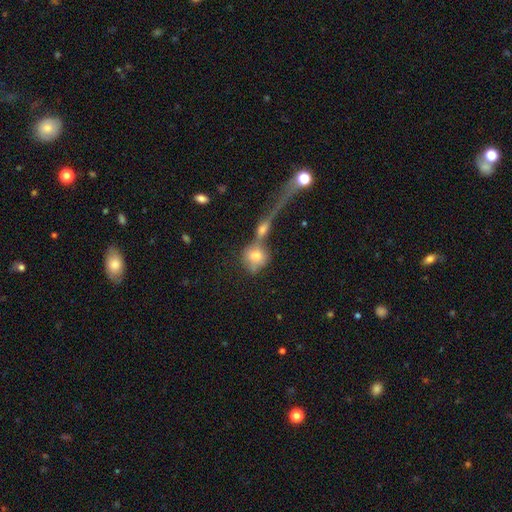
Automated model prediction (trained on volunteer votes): Smooth or featured?
  - smooth: 66% *
  - featured or disk: 23%
  - star or artifact: 11%
How rounded?
  - round: 71% *
  - in between: 25%
  - cigar-shaped: 4%
Merging?
  - merger: 47% *
  - none: 32%
  - major disturbance: 10%
  - minor disturbance: 10%